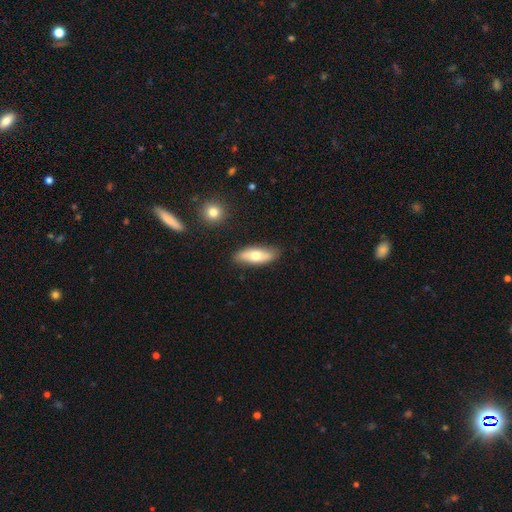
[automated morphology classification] This is likely a smooth galaxy (65%). How rounded: likely in between (68%). Merging: clearly none (85%).